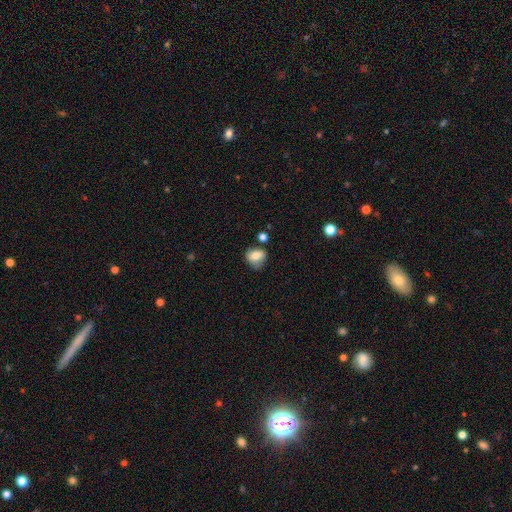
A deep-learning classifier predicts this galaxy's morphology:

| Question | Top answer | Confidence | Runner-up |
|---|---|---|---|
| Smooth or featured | smooth | 73% | featured or disk (18%) |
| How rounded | round | 52% | in between (47%) |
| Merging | none | 57% | minor disturbance (27%) |